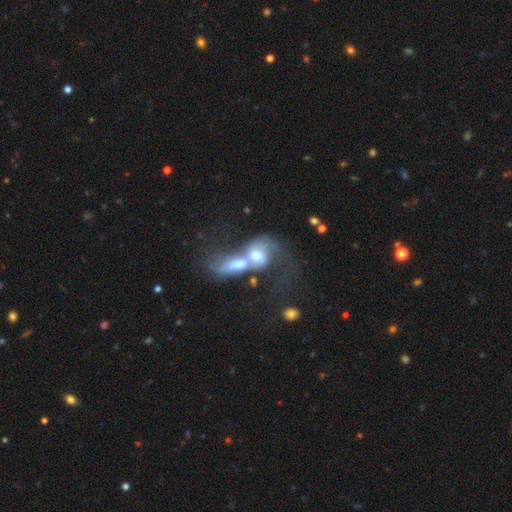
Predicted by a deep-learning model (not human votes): A featured or disk galaxy (59%) with no bar (65%), spiral arms (57%) and a moderate central bulge (52%).

Vote fractions:
- Smooth or featured? featured or disk: 59% / smooth: 29% / star or artifact: 12%
- Edge-on disk? no: 91% / yes: 9%
- Bar? no: 65% / weak: 25% / strong: 10%
- Spiral arms? yes: 57% / no: 43%
- Bulge size? moderate: 52% / small: 27% / large: 11% / none: 7% / dominant: 4%
- Merging? merger: 84% / major disturbance: 7% / none: 6% / minor disturbance: 3%